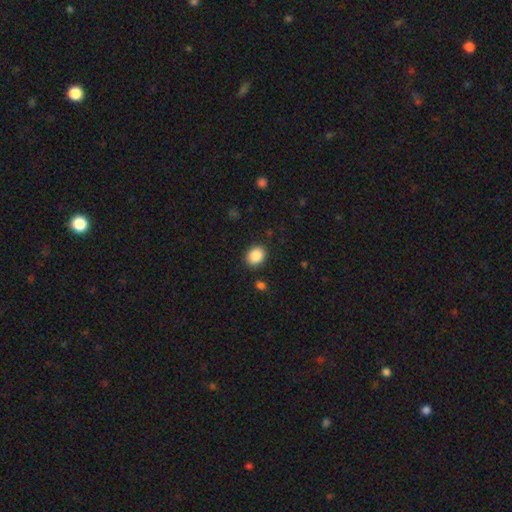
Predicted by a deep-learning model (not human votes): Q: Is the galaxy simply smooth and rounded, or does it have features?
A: smooth — 88%.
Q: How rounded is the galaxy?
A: round — 58%.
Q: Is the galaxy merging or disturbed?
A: none — 86%.